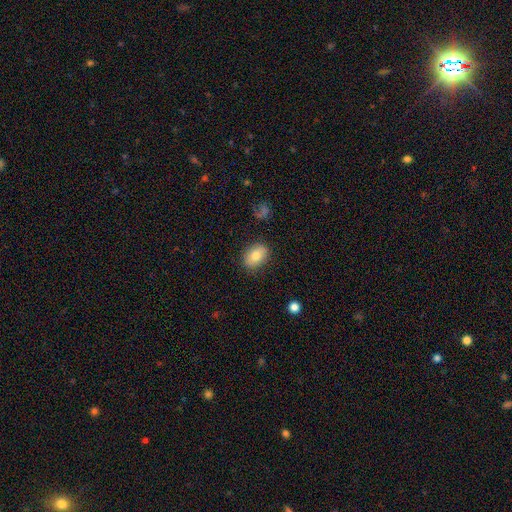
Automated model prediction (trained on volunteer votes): A smooth galaxy with no disk features (80%) that is in between round and cigar-shaped (74%).

Vote fractions:
- Smooth or featured? smooth: 80% / featured or disk: 12% / star or artifact: 8%
- How rounded? in between: 74% / round: 24% / cigar-shaped: 1%
- Merging? none: 85% / minor disturbance: 11% / major disturbance: 3% / merger: 1%